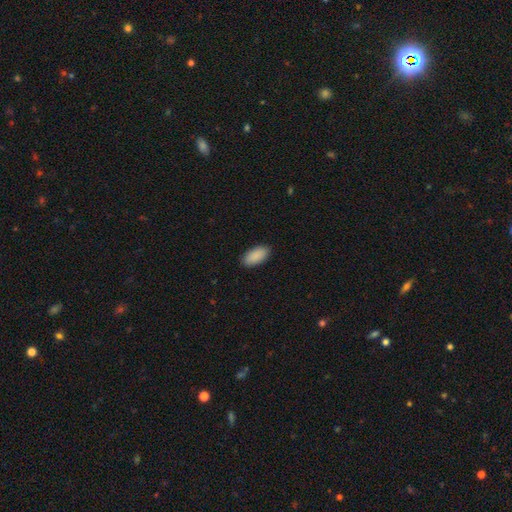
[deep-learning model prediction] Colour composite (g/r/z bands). It shows a smooth galaxy with no disk features (91%) that is in between round and cigar-shaped (93%). Merging: none (89%).